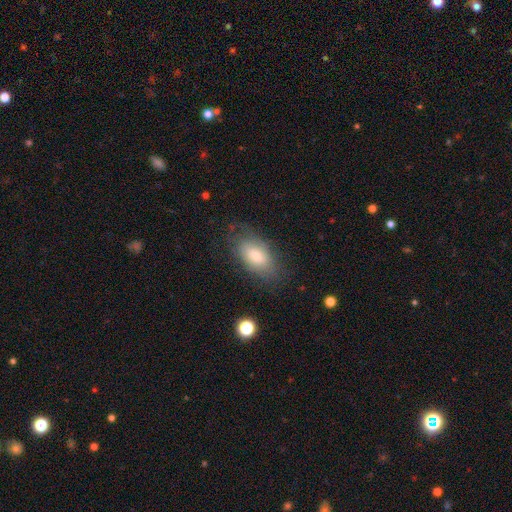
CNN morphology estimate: Smooth or featured: smooth — 66% (featured or disk — 26%)
How rounded: in between — 91% (round — 5%)
Merging: none — 70% (minor disturbance — 20%)